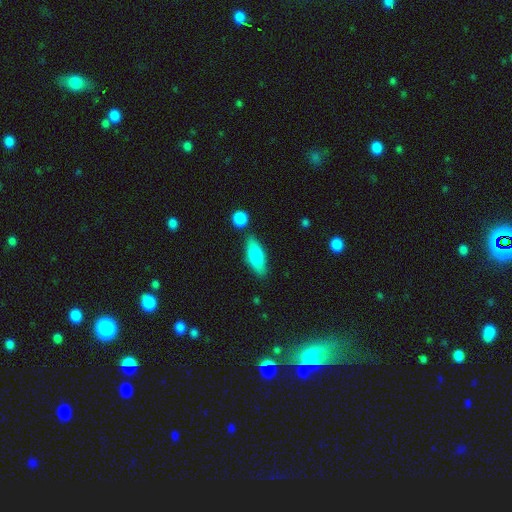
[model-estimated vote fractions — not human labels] Q: Smooth or featured?
A: smooth (75%); runner-up: featured or disk (19%)
Q: How rounded?
A: in between (66%); runner-up: cigar-shaped (32%)
Q: Merging?
A: none (78%); runner-up: minor disturbance (12%)